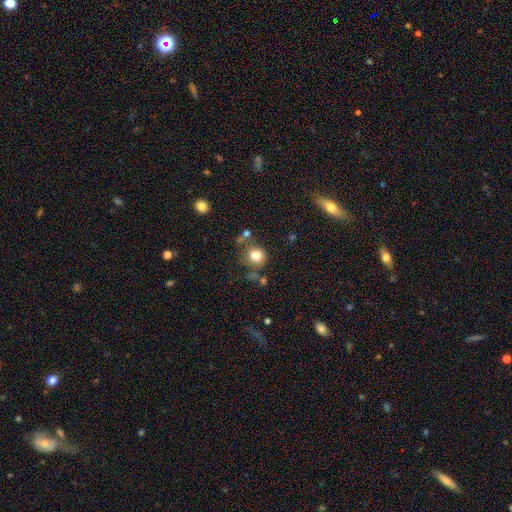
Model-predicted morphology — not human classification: smooth 81%, star or artifact 11%, featured or disk 8%. Down the decision tree: how rounded — round (82%); merging — none (62%).